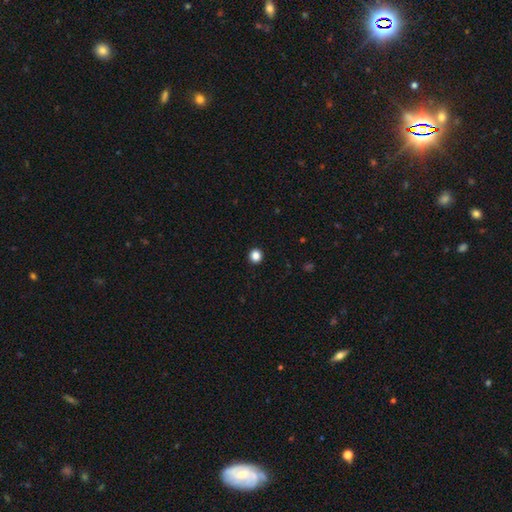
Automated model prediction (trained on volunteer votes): Overall: smooth (85%). How rounded: round (93%). Merging: none (94%).